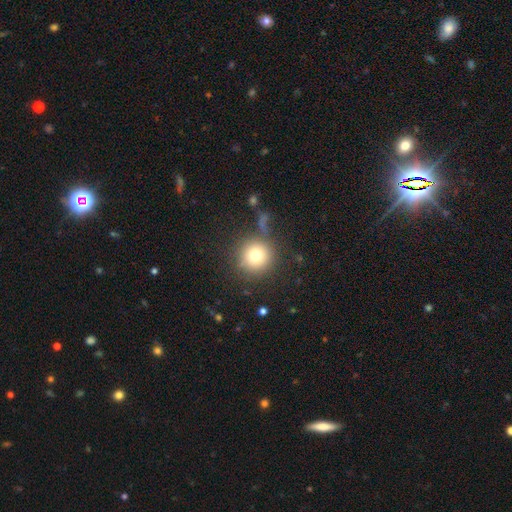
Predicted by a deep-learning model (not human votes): Smooth or featured: smooth — 77% (star or artifact — 13%)
How rounded: round — 95% (in between — 4%)
Merging: none — 79% (minor disturbance — 10%)